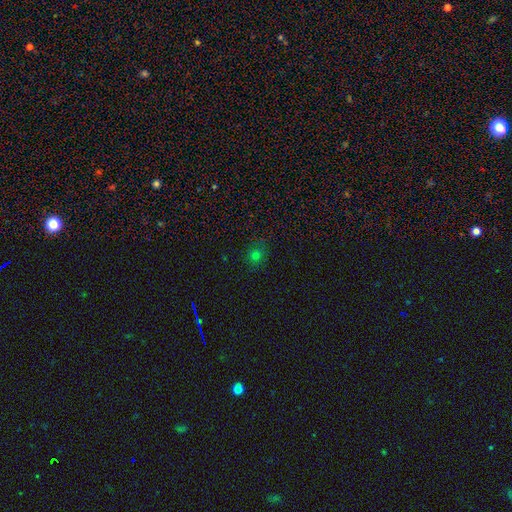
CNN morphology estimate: This is likely a smooth galaxy (70%). How rounded: clearly round (83%). Merging: clearly none (82%).